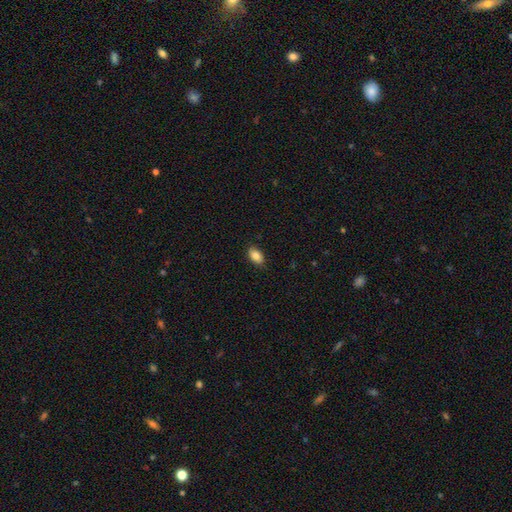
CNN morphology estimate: smooth-or-featured: smooth: 86% | star or artifact: 8% | featured or disk: 6%
  how-rounded: in between: 91% | round: 7% | cigar-shaped: 2%
  merging: none: 88% | minor disturbance: 9% | major disturbance: 2% | merger: 1%